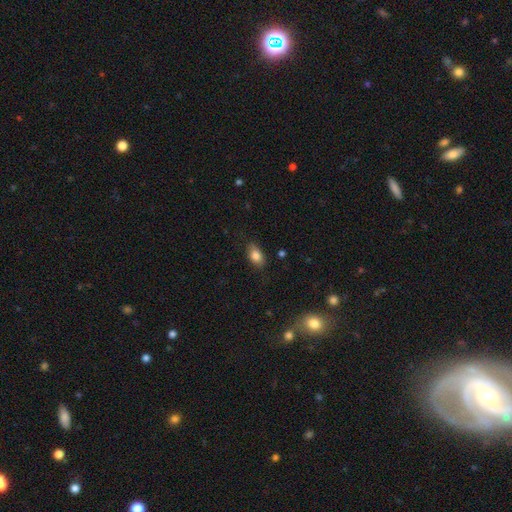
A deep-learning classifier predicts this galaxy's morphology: smooth 83%, featured or disk 9%, star or artifact 8%. Down the decision tree: how rounded — in between (87%); merging — none (78%).